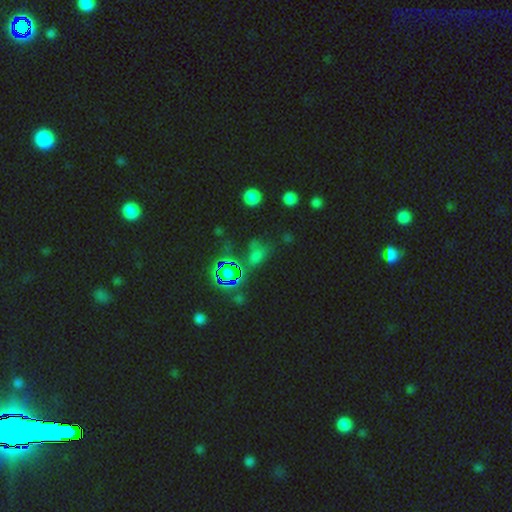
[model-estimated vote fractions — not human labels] Morphology: type=star or artifact (52%).